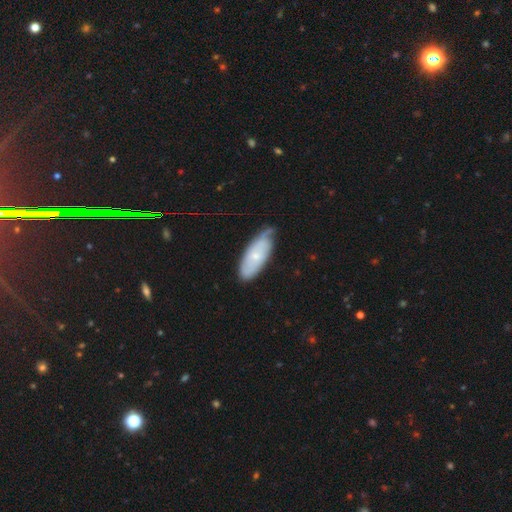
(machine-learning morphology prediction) type=smooth (52%); roundness=in between (76%); merging=none (52%).